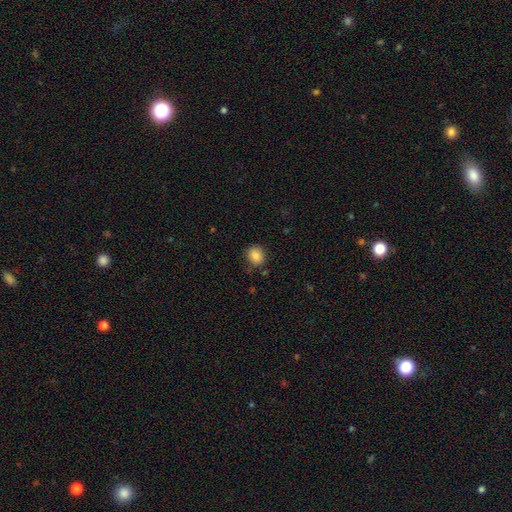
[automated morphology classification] Smooth or featured: smooth — 86% (star or artifact — 9%)
How rounded: round — 69% (in between — 30%)
Merging: none — 82% (minor disturbance — 13%)